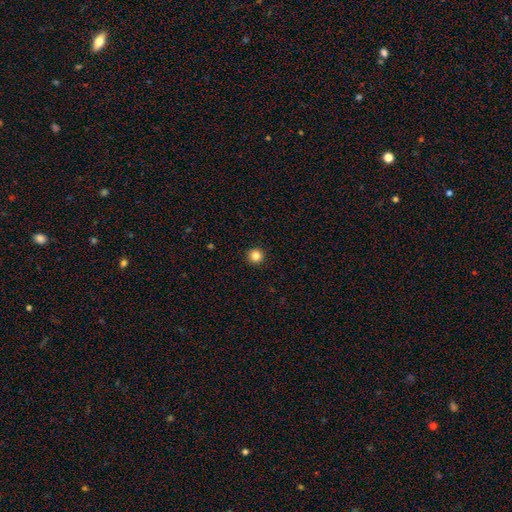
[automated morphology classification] Overall: smooth (84%). How rounded: round (96%). Merging: none (94%).